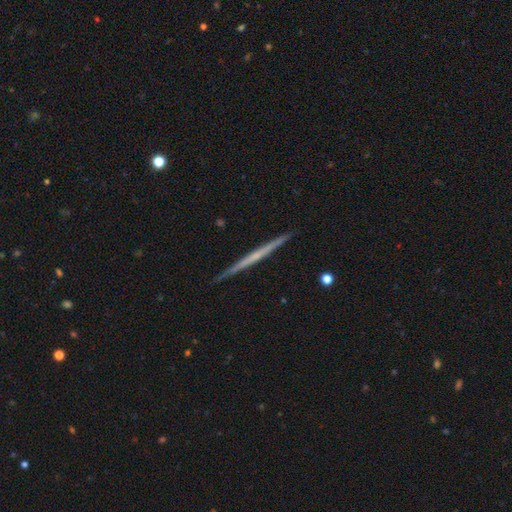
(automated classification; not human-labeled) Overall: featured or disk (65%; smooth 29%). Edge-on disk: yes (98%). Edge-on bulge: none (80%). Merging: none (92%).